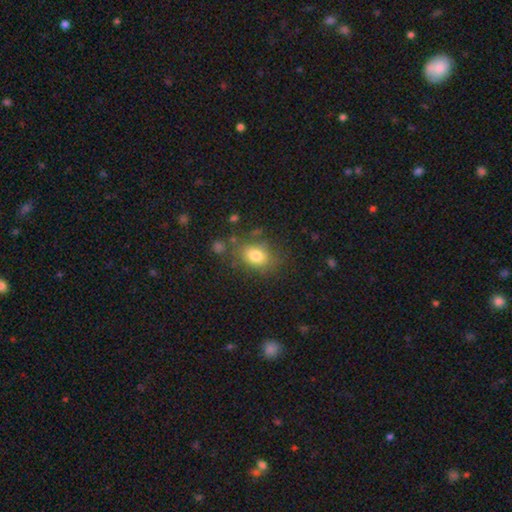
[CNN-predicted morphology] This appears to be a smooth galaxy with no disk features (79%) that is in between round and cigar-shaped (68%). Merging: none (69%).